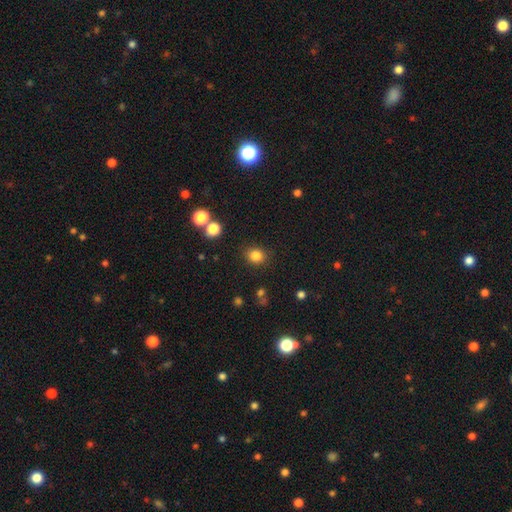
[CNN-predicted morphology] smooth_or_featured: smooth (p=0.83) [alt: star or artifact p=0.13]
how_rounded: round (p=0.74) [alt: in between p=0.25]
merging: none (p=0.87) [alt: minor disturbance p=0.08]